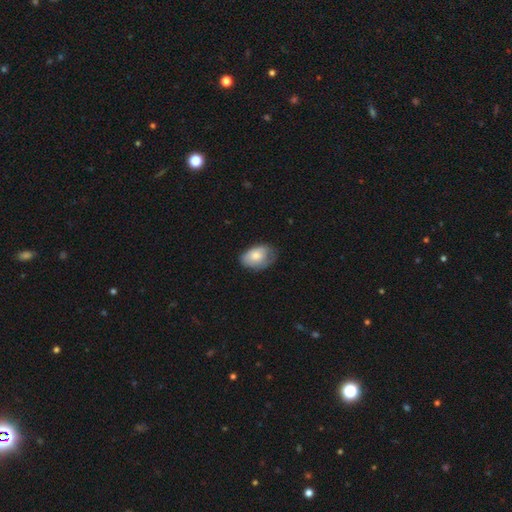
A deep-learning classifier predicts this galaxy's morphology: Smooth or featured?
  - smooth: 75% *
  - featured or disk: 19%
  - star or artifact: 7%
How rounded?
  - in between: 86% *
  - round: 13%
  - cigar-shaped: 1%
Merging?
  - none: 55% *
  - minor disturbance: 34%
  - major disturbance: 10%
  - merger: 1%